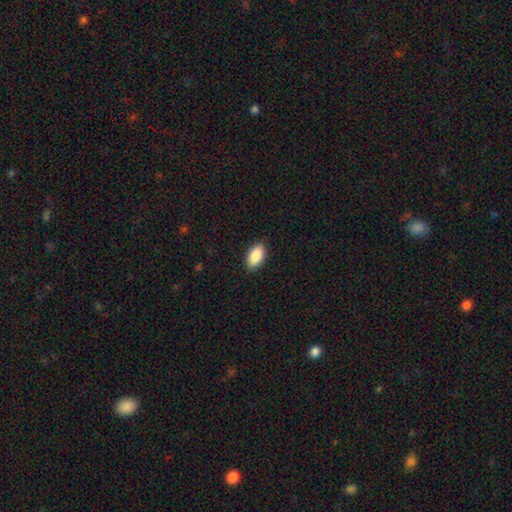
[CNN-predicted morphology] smooth 88%, star or artifact 6%, featured or disk 5%. Down the decision tree: how rounded — in between (94%); merging — none (89%).